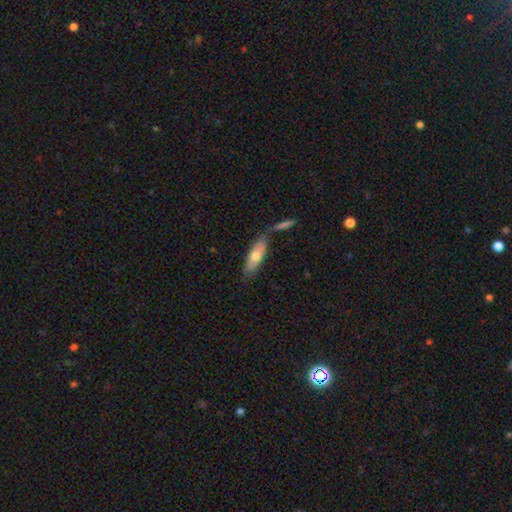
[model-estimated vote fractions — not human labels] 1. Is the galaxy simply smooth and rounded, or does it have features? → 64% smooth, 30% featured or disk, 6% star or artifact.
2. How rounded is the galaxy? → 50% in between, 48% cigar-shaped, 2% round.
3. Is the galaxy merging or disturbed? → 65% none, 16% merger, 15% minor disturbance, 4% major disturbance.